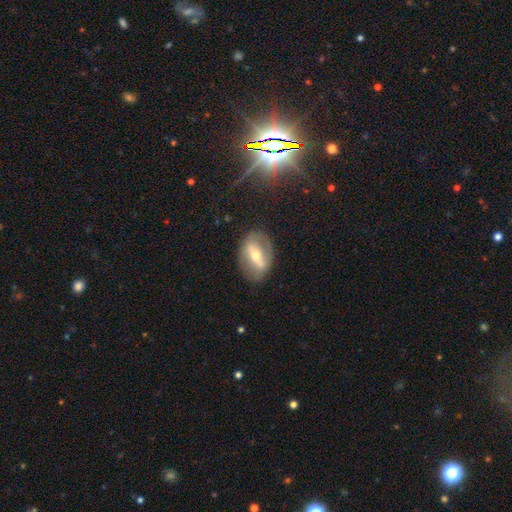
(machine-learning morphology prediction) Q: Smooth or featured?
A: featured or disk (60%); runner-up: smooth (33%)
Q: Edge-on disk?
A: no (86%); runner-up: yes (14%)
Q: Bar?
A: strong (57%); runner-up: weak (25%)
Q: Spiral arms?
A: no (69%); runner-up: yes (31%)
Q: Bulge size?
A: moderate (56%); runner-up: small (36%)
Q: Merging?
A: none (73%); runner-up: minor disturbance (17%)